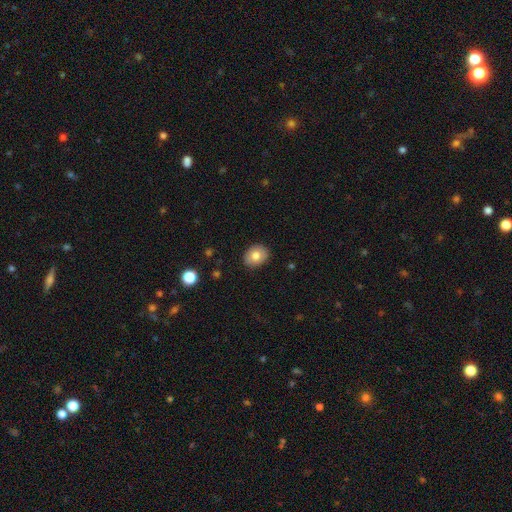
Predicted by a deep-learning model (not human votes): A smooth galaxy with no disk features (77%) that is round (51%). Merging: none (87%).